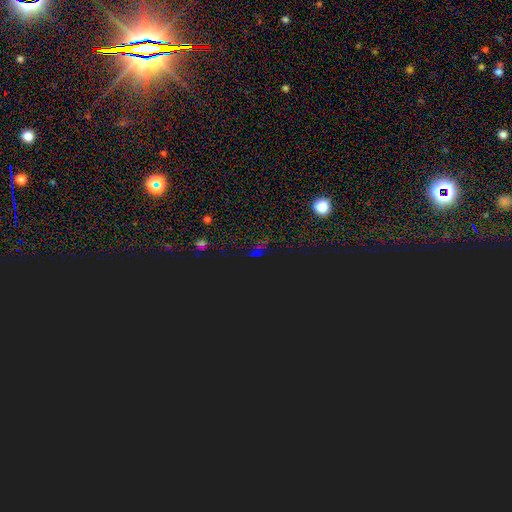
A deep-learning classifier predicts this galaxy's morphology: Smooth or featured: star or artifact — 80% (smooth — 13%)